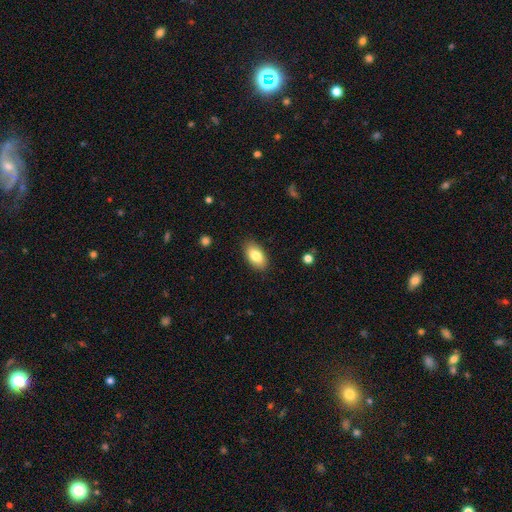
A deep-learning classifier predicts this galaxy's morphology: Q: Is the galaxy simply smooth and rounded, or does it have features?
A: smooth — 81%.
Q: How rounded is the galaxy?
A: in between — 93%.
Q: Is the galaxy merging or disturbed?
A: none — 87%.